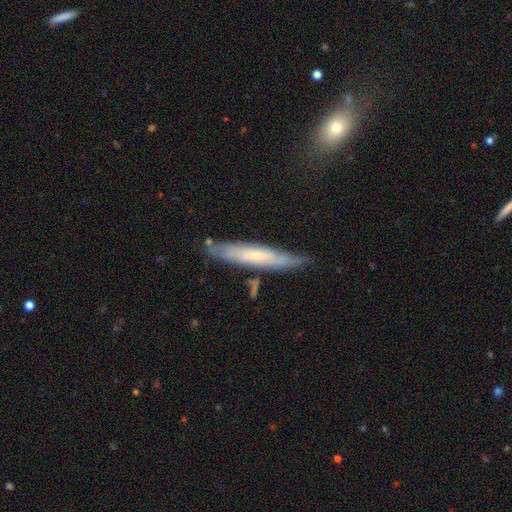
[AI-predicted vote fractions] Smooth or featured?
  - featured or disk: 51% *
  - smooth: 42%
  - star or artifact: 6%
Edge-on disk?
  - yes: 66% *
  - no: 34%
Merging?
  - none: 73% *
  - minor disturbance: 19%
  - major disturbance: 4%
  - merger: 4%